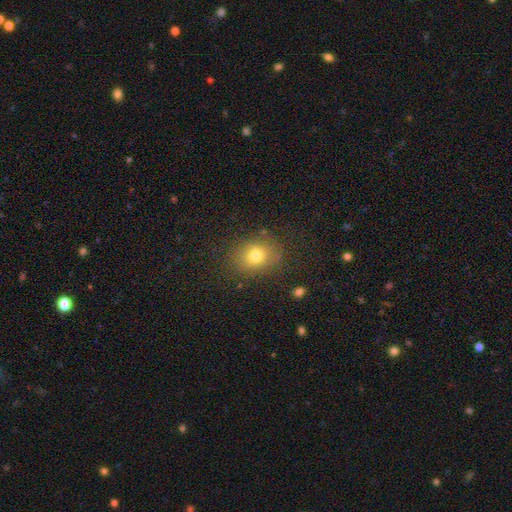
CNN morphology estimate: This appears to be a smooth galaxy with no disk features (75%) that is round (55%). Merging: none (83%).